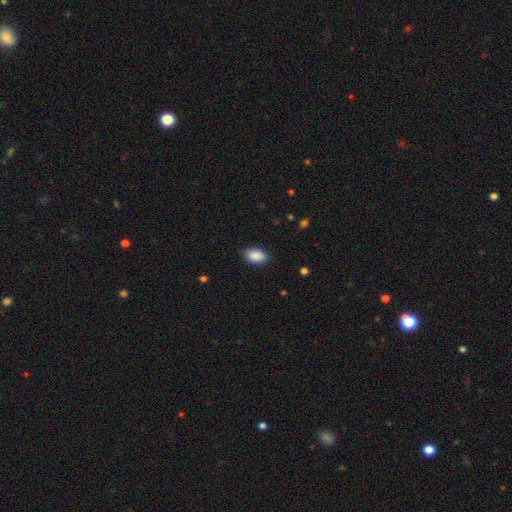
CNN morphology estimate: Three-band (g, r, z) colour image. It shows a smooth galaxy with no disk features (90%) that is in between round and cigar-shaped (92%). Merging: none (88%).